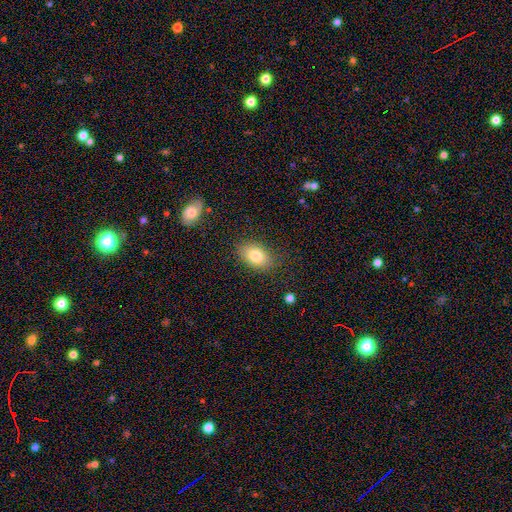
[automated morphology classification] This is clearly a smooth galaxy (81%). How rounded: clearly in between (87%). Merging: clearly none (83%).